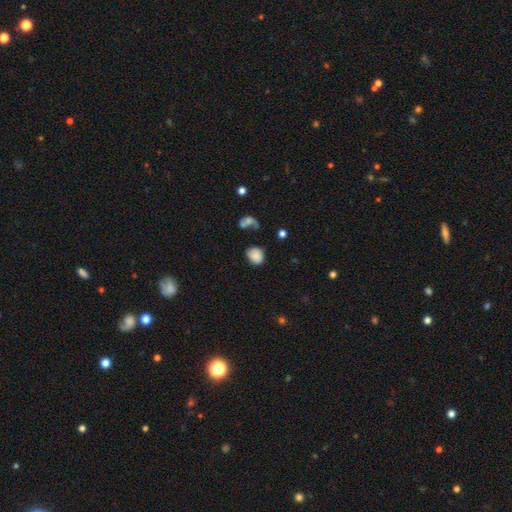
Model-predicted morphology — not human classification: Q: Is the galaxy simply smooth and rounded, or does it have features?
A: smooth — 82%.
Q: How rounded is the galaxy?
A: round — 59%.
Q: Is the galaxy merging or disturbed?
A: none — 57%.